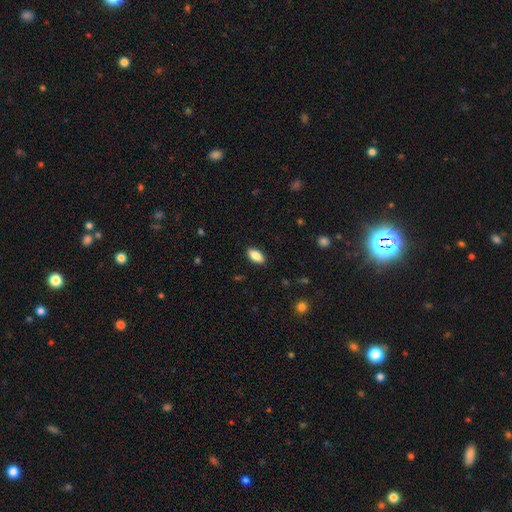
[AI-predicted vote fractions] smooth-or-featured: smooth: 84% | featured or disk: 9% | star or artifact: 7%
  how-rounded: in between: 89% | cigar-shaped: 8% | round: 3%
  merging: none: 89% | minor disturbance: 8% | major disturbance: 2% | merger: 1%